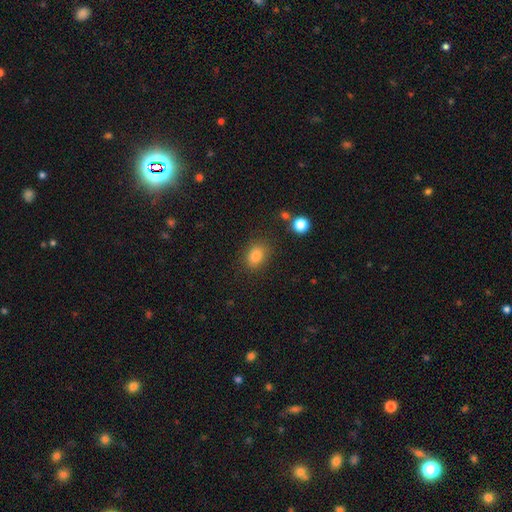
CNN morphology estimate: smooth 84%, star or artifact 11%, featured or disk 6%. Down the decision tree: how rounded — in between (69%); merging — none (80%).